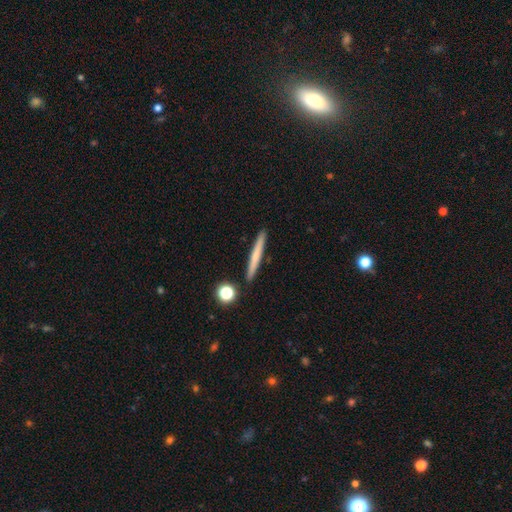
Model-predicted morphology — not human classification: Smooth or featured? Predicted: smooth (p=0.61). How rounded? Predicted: cigar-shaped (p=0.96). Merging? Predicted: none (p=0.90).